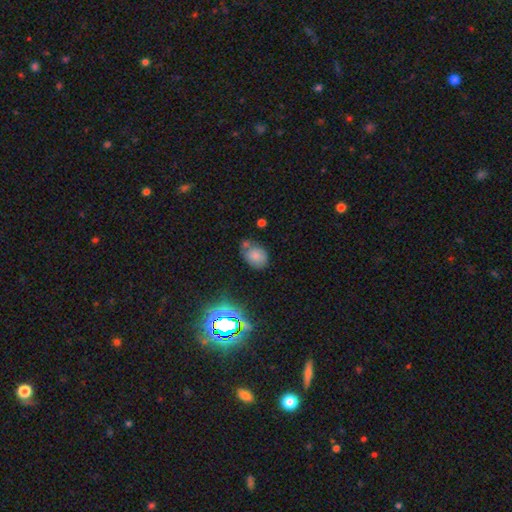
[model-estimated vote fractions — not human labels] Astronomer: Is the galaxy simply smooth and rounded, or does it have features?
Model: smooth — 74%.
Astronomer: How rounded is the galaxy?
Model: in between — 68%.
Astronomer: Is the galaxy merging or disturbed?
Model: none — 56%.